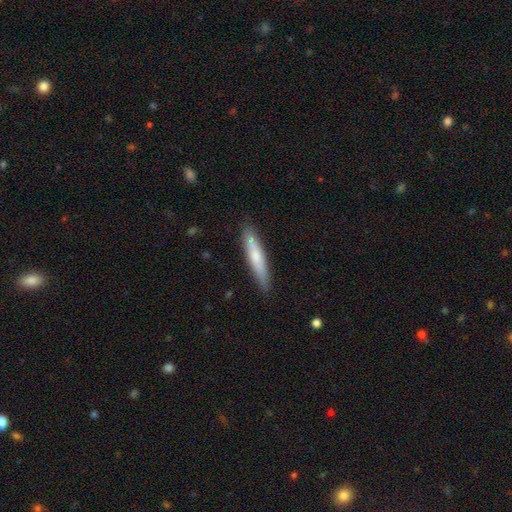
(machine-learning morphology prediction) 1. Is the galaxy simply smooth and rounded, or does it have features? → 64% smooth, 31% featured or disk, 6% star or artifact.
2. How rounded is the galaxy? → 90% cigar-shaped, 8% in between, 1% round.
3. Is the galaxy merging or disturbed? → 86% none, 11% minor disturbance, 2% major disturbance, 2% merger.